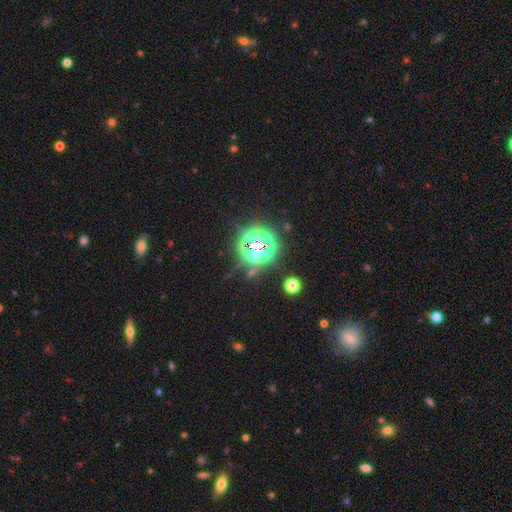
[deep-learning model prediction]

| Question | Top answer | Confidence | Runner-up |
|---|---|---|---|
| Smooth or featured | star or artifact | 78% | smooth (14%) |